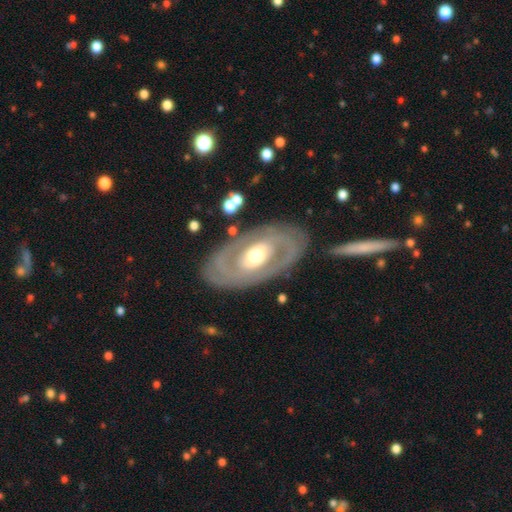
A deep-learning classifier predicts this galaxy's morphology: smooth_or_featured: featured or disk (p=0.77) [alt: smooth p=0.19]
disk_edge_on: no (p=0.92) [alt: yes p=0.08]
bar: no (p=0.58) [alt: weak p=0.26]
has_spiral_arms: yes (p=0.55) [alt: no p=0.45]
bulge_size: moderate (p=0.68) [alt: small p=0.17]
merging: none (p=0.82) [alt: minor disturbance p=0.11]